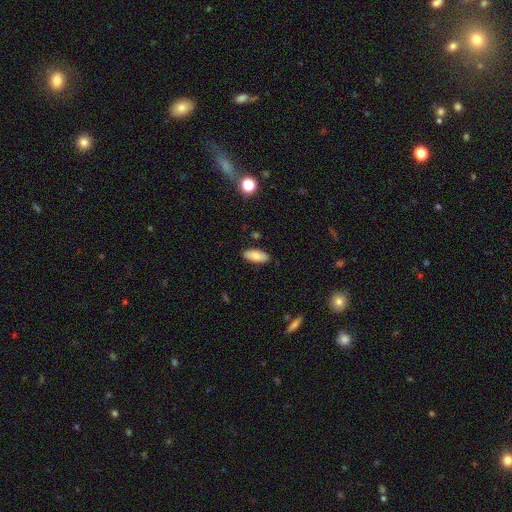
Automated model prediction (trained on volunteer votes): Smooth or featured? Predicted: smooth (p=0.84). How rounded? Predicted: in between (p=0.85). Merging? Predicted: none (p=0.88).